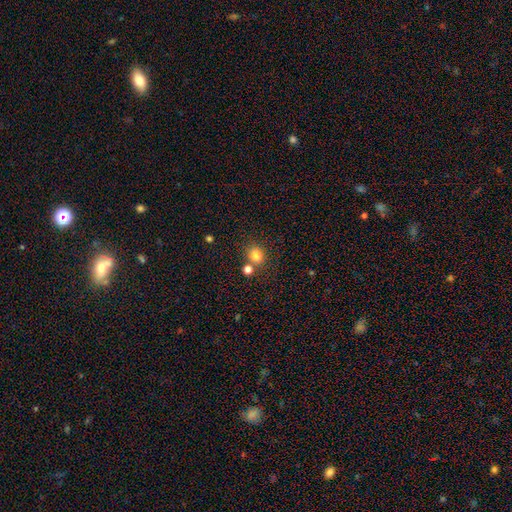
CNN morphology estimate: smooth_or_featured: smooth (p=0.81) [alt: star or artifact p=0.13]
how_rounded: round (p=0.70) [alt: in between p=0.29]
merging: none (p=0.68) [alt: merger p=0.18]